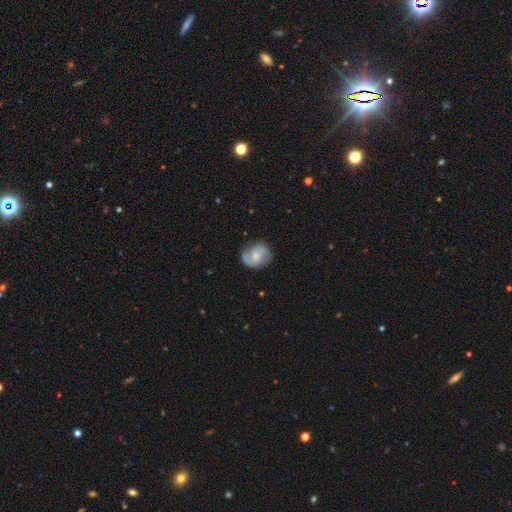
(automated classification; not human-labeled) smooth-or-featured: featured or disk: 71% | smooth: 23% | star or artifact: 6%
  disk-edge-on: no: 98% | yes: 2%
    bar: no: 46% | weak: 45% | strong: 9%
    has-spiral-arms: yes: 93% | no: 7%
      spiral-winding: medium: 49% | loose: 27% | tight: 24%
      spiral-arm-count: 2: 86% | can't tell: 7% | 1: 4% | 3: 2% | 4: 1% | more than 4: 1%
    bulge-size: small: 53% | moderate: 38% | none: 7% | large: 2% | dominant: 1%
  merging: none: 75% | minor disturbance: 18% | major disturbance: 6% | merger: 1%